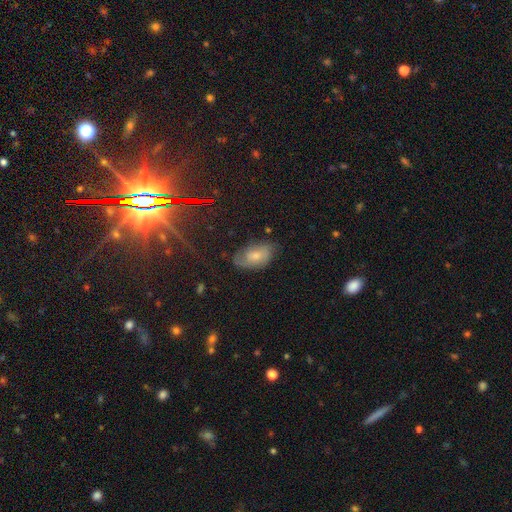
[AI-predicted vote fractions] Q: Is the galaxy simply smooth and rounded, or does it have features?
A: smooth — 50%.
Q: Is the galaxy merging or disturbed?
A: none — 59%.